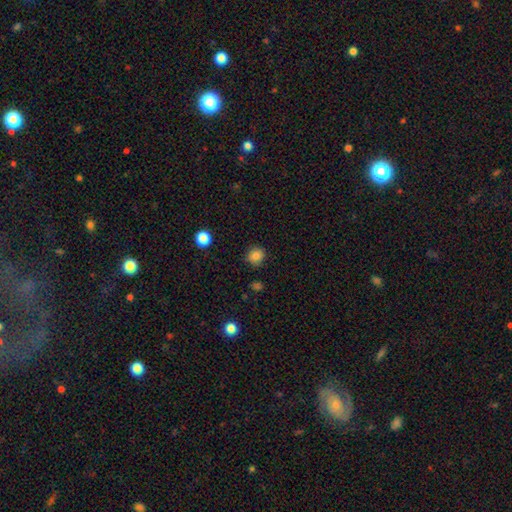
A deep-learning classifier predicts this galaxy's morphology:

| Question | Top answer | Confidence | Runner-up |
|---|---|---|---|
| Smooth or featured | smooth | 83% | star or artifact (12%) |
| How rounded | round | 79% | in between (20%) |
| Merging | none | 86% | minor disturbance (10%) |